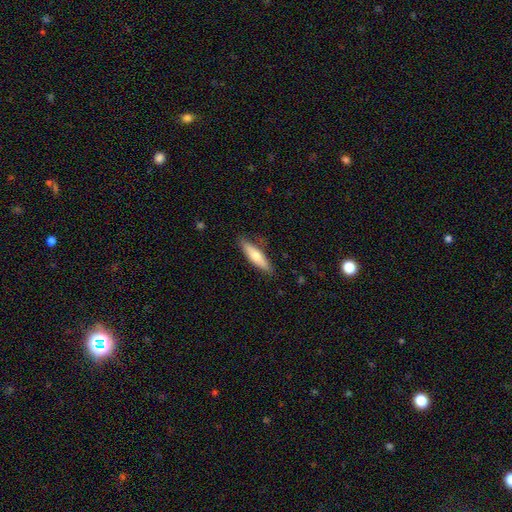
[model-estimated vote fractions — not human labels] Overall: smooth (66%; featured or disk 28%). How rounded: cigar-shaped (67%; in between 31%). Merging: none (83%).